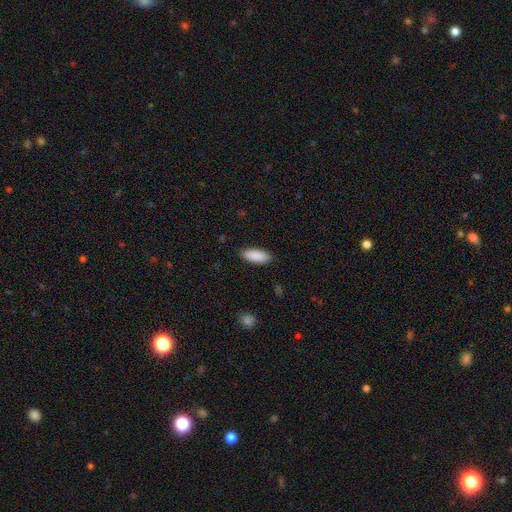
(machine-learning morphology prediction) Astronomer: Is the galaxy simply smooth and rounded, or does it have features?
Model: smooth — 90%.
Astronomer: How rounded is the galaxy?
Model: in between — 80%.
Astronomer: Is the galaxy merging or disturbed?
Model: none — 88%.